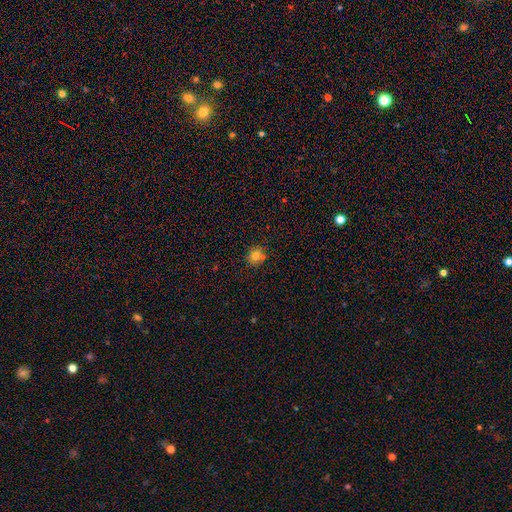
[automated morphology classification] Q: Smooth or featured?
A: smooth (78%); runner-up: star or artifact (14%)
Q: How rounded?
A: round (87%); runner-up: in between (12%)
Q: Merging?
A: none (79%); runner-up: minor disturbance (11%)